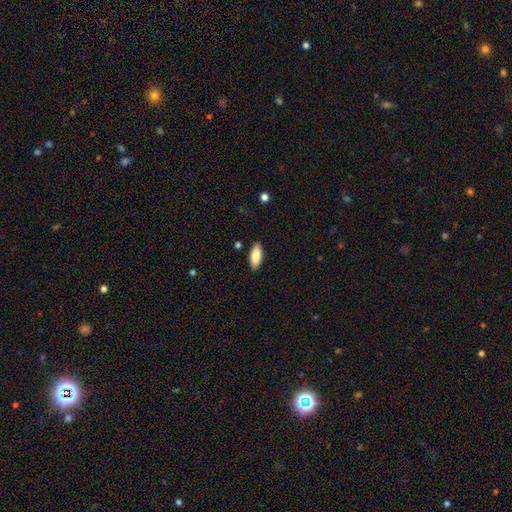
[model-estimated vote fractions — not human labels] The model was most divided on "how rounded": in between: 82%, cigar-shaped: 16%, round: 2%. More confident: merging — none (87%); smooth or featured — smooth (87%).